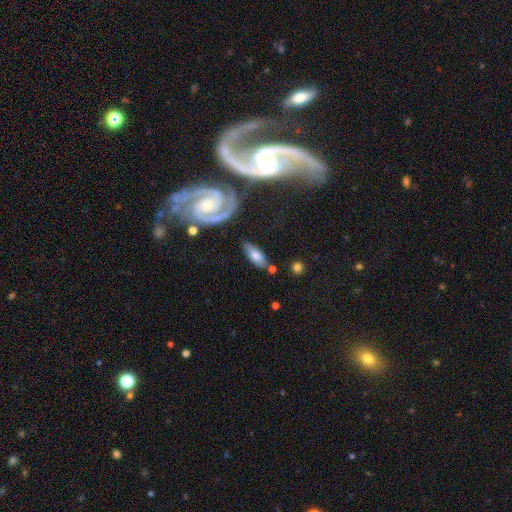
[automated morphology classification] Smooth or featured? Predicted: smooth (p=0.59). How rounded? Predicted: in between (p=0.70). Merging? Predicted: none (p=0.72).